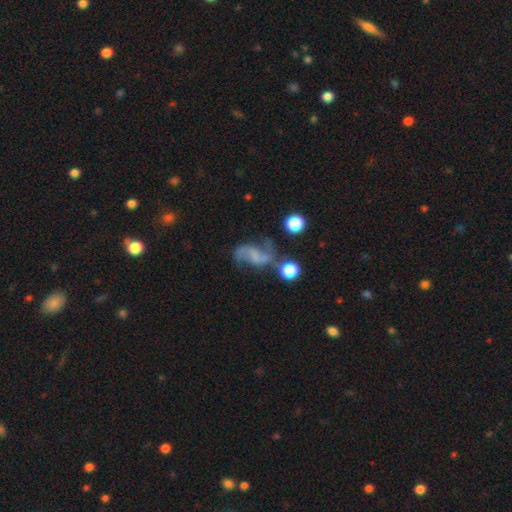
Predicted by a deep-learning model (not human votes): This appears to be a featured or disk galaxy (72%) with no bar (46%), 2 (88%) loose (72%) spiral arms (90%) and no central bulge (60%). Merging: none (49%).